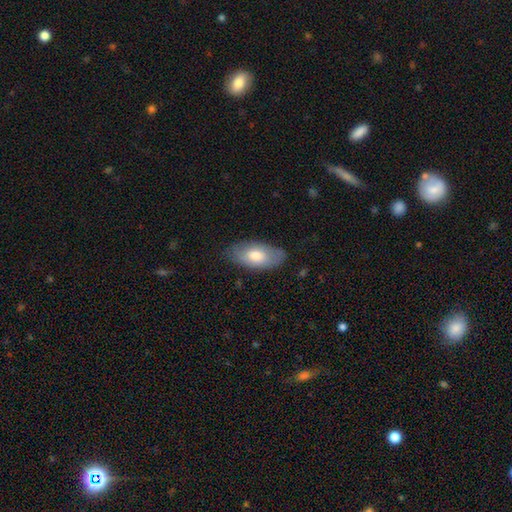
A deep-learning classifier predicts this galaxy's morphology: Overall: smooth (70%). How rounded: in between (93%). Merging: none (77%).